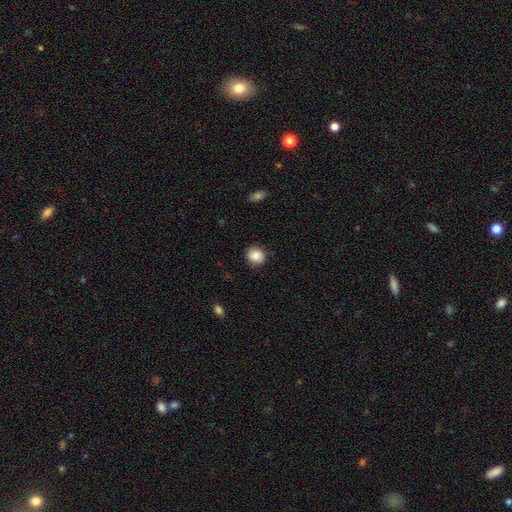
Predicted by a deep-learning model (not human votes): Morphology: type=smooth (88%); roundness=round (82%); merging=none (88%).